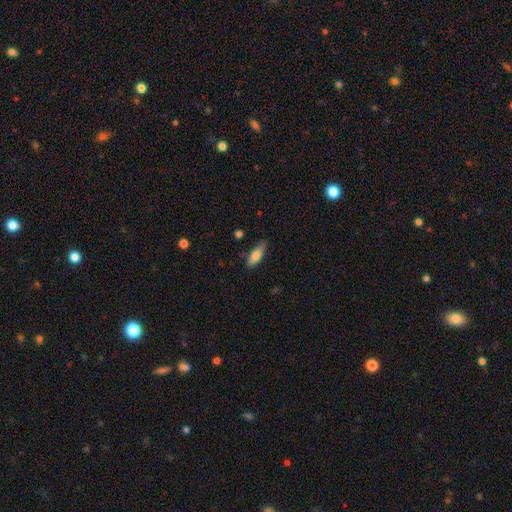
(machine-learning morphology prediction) Smooth or featured? smooth (79%)
How rounded? in between (62%)
Merging? none (75%)